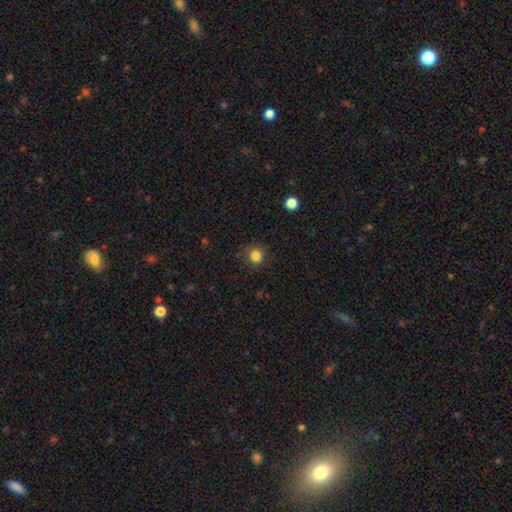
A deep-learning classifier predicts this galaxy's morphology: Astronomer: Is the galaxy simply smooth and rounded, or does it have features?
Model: smooth — 83%.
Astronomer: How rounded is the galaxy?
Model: round — 90%.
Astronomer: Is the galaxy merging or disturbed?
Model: none — 86%.